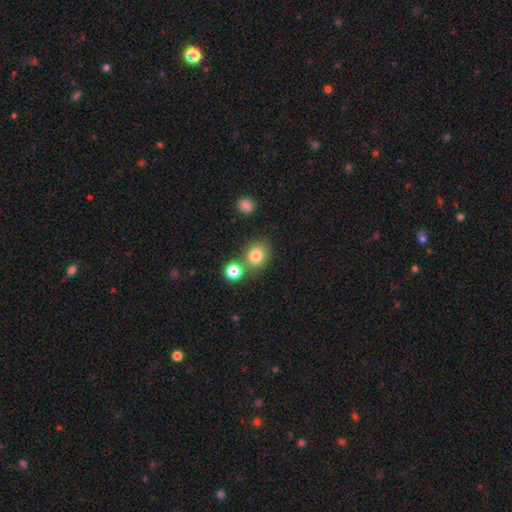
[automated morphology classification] Smooth or featured: smooth — 81% (star or artifact — 12%)
How rounded: round — 76% (in between — 23%)
Merging: none — 67% (merger — 19%)